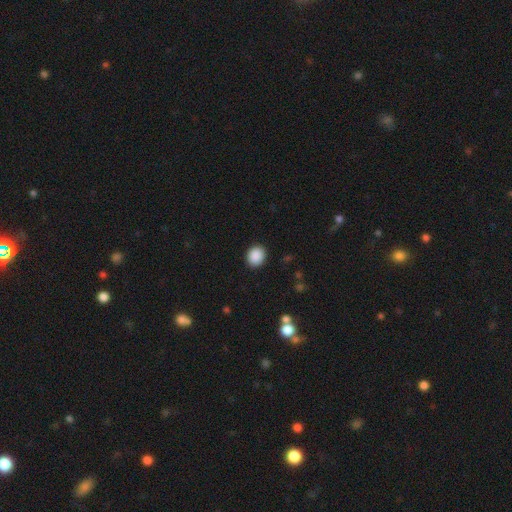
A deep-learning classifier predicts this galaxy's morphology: This appears to be a smooth galaxy with no disk features (89%) that is round (70%). Merging: none (90%).